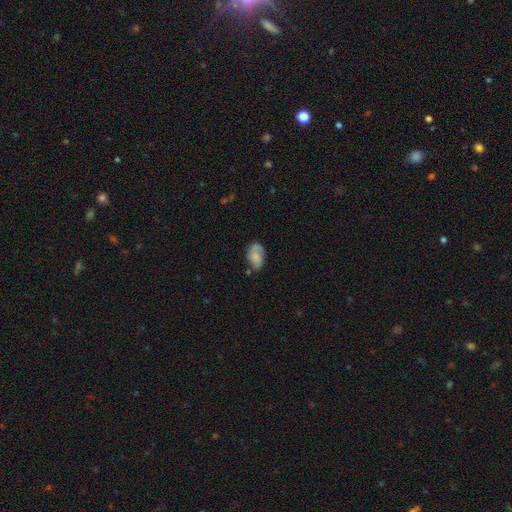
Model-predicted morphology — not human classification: Smooth or featured? Predicted: smooth (p=0.53). How rounded? Predicted: in between (p=0.89). Merging? Predicted: none (p=0.56).